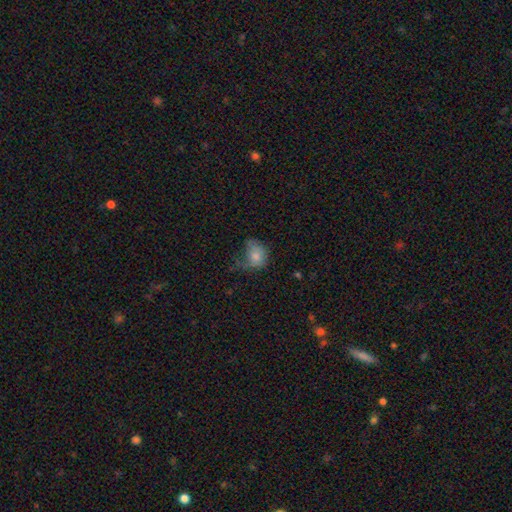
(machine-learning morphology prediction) Smooth or featured? smooth (72%)
How rounded? in between (55%)
Merging? major disturbance (39%)